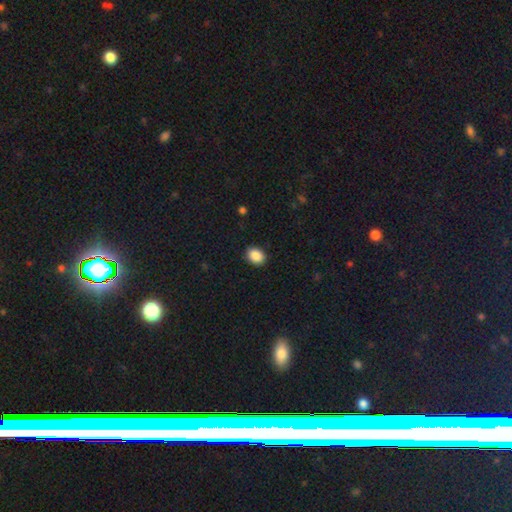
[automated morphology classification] The model was most divided on "how rounded": in between: 60%, round: 39%, cigar-shaped: 1%. More confident: smooth or featured — smooth (89%); merging — none (88%).